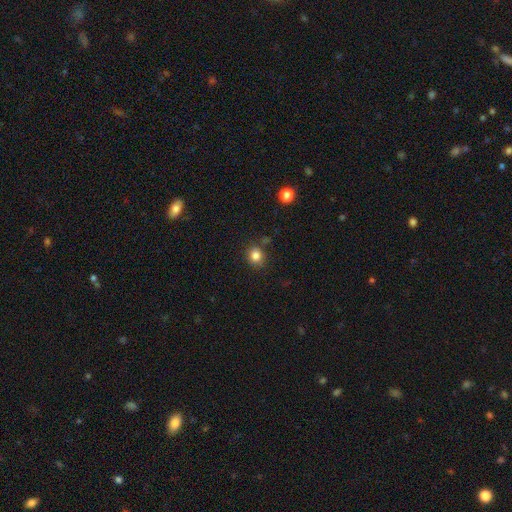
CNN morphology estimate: Smooth or featured: smooth — 83% (star or artifact — 12%)
How rounded: round — 79% (in between — 20%)
Merging: none — 83% (minor disturbance — 11%)